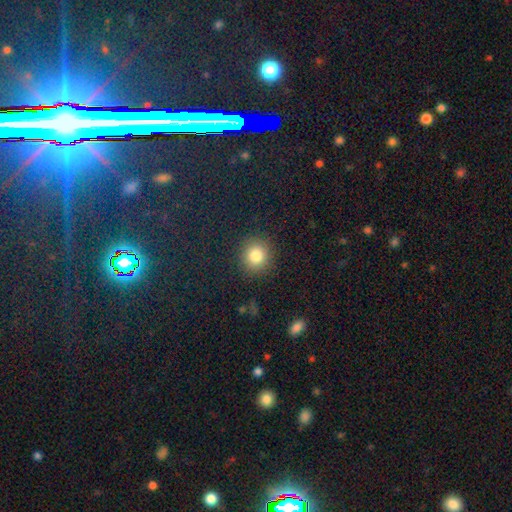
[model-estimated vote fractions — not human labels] Smooth or featured? Predicted: smooth (p=0.82). How rounded? Predicted: round (p=0.89). Merging? Predicted: none (p=0.89).